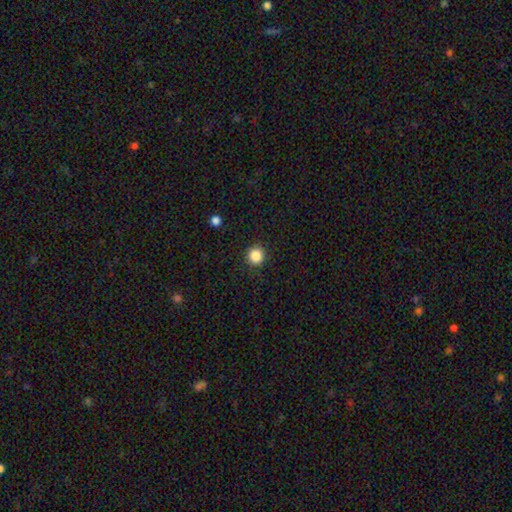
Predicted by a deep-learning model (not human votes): Smooth or featured? Predicted: smooth (p=0.86). How rounded? Predicted: round (p=0.92). Merging? Predicted: none (p=0.90).